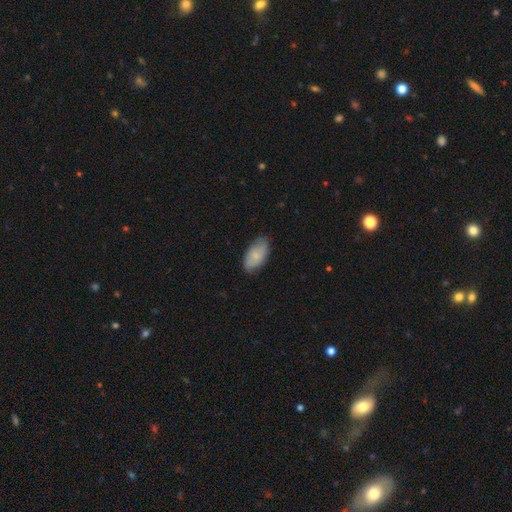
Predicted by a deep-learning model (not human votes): This appears to be a smooth galaxy with no disk features (76%) that is in between round and cigar-shaped (94%). Merging: none (78%).